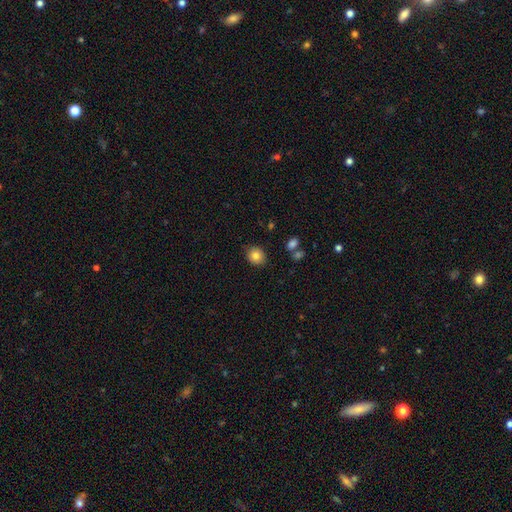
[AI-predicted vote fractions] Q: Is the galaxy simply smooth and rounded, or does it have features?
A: smooth — 82%.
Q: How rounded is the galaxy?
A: round — 77%.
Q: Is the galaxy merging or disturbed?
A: none — 85%.